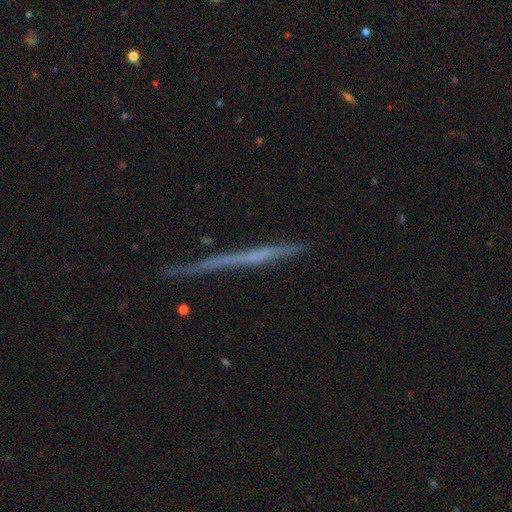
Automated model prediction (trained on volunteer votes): This appears to be a featured or disk galaxy (60%) viewed edge-on (96%) with no central bulge (86%). Merging: none (79%).